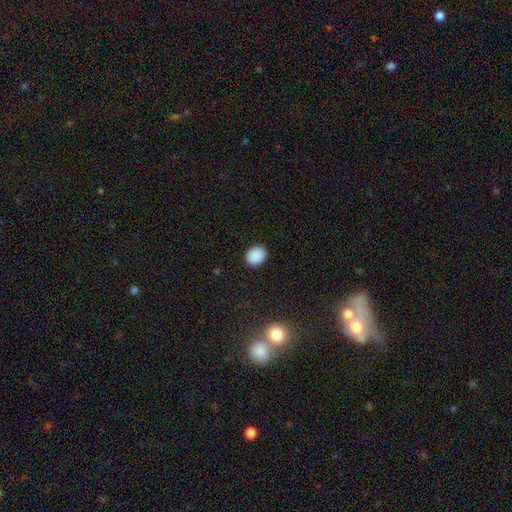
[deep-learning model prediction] A smooth galaxy with no disk features (89%) that is round (59%). Merging: none (90%).